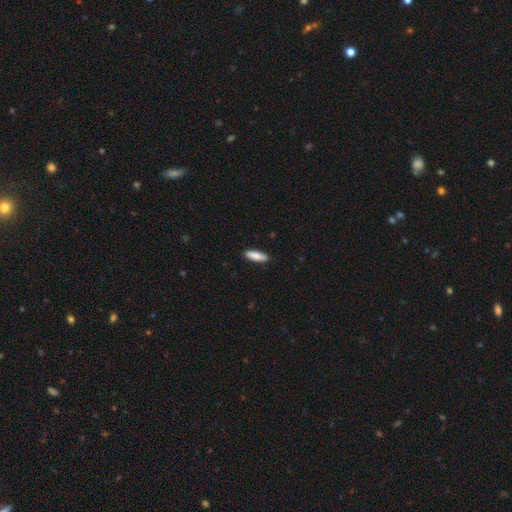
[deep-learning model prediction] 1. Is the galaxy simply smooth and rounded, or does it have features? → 83% smooth, 11% featured or disk, 6% star or artifact.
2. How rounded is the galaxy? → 54% cigar-shaped, 44% in between, 2% round.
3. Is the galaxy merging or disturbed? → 89% none, 9% minor disturbance, 2% major disturbance, 1% merger.